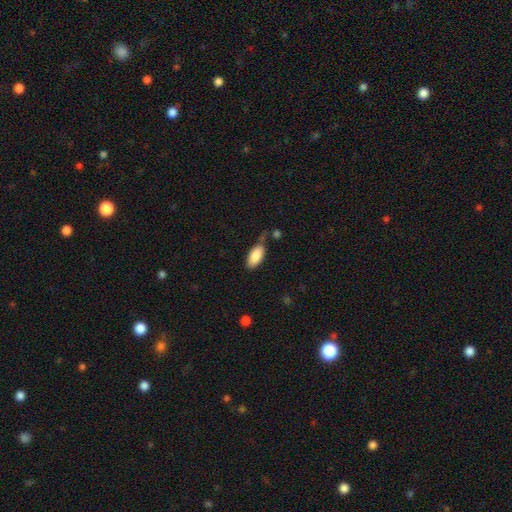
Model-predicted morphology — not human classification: smooth_or_featured: smooth (p=0.87) [alt: star or artifact p=0.06]
how_rounded: in between (p=0.90) [alt: cigar-shaped p=0.08]
merging: none (p=0.62) [alt: minor disturbance p=0.23]